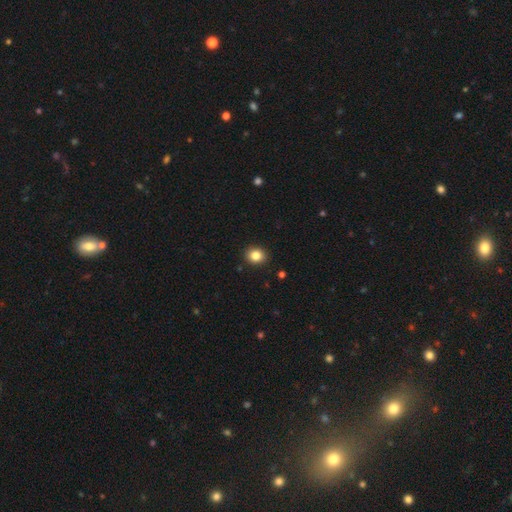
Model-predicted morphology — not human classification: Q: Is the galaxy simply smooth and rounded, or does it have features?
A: smooth — 84%.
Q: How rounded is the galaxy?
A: round — 69%.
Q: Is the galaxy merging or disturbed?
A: none — 91%.